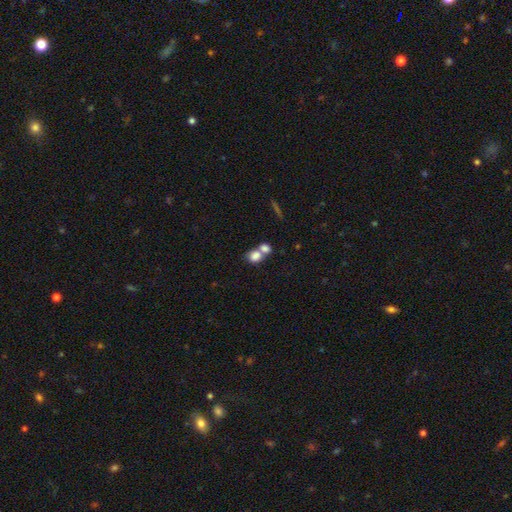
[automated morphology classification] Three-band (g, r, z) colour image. It shows a smooth galaxy with no disk features (79%) that is round (51%). Merging: merger (62%).